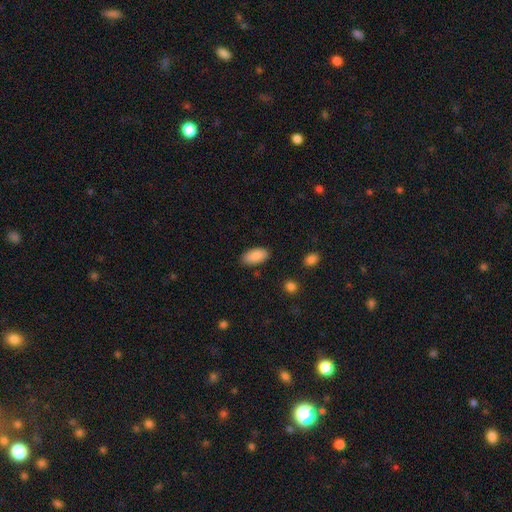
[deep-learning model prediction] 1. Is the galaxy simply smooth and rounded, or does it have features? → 85% smooth, 9% featured or disk, 6% star or artifact.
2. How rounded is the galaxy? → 94% in between, 4% cigar-shaped, 2% round.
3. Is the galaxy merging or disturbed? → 85% none, 11% minor disturbance, 2% major disturbance, 2% merger.